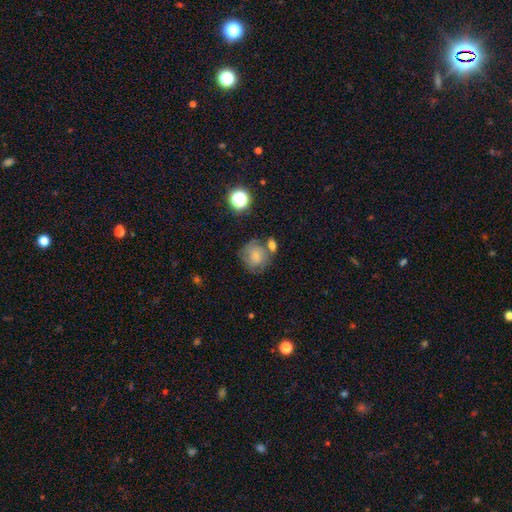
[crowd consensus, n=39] Morphology: type=featured or disk (56%); edge-on=no (100%); bar=no (50%); spiral arms=yes (95%); winding=tight (67%); arm count=can't tell (76%); bulge=small (64%); merging=none (72%).